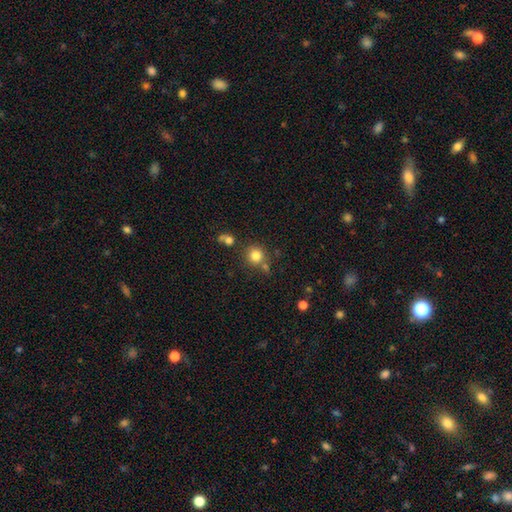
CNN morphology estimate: Smooth or featured? smooth (81%)
How rounded? round (91%)
Merging? none (72%)